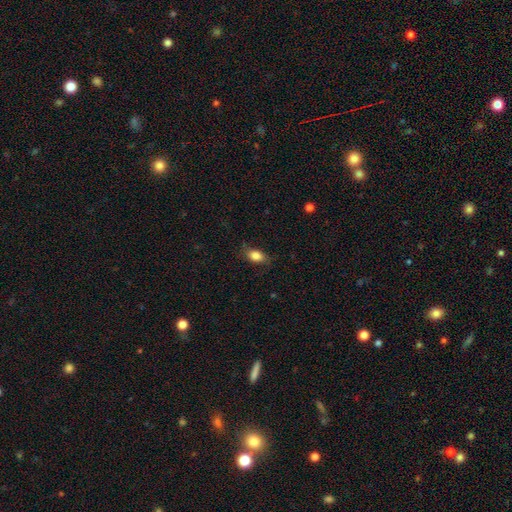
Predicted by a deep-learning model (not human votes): Smooth or featured?
  - smooth: 83% *
  - featured or disk: 8%
  - star or artifact: 8%
How rounded?
  - in between: 85% *
  - round: 11%
  - cigar-shaped: 4%
Merging?
  - none: 78% *
  - minor disturbance: 17%
  - major disturbance: 4%
  - merger: 1%